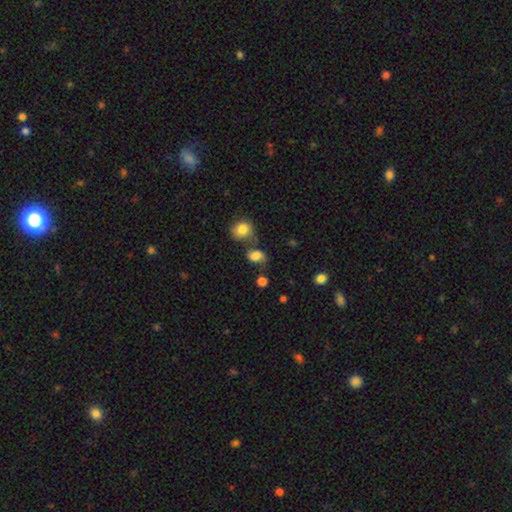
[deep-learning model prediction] The model was most divided on "how rounded": in between: 55%, round: 43%, cigar-shaped: 2%. Remaining: smooth or featured — smooth (70%); merging — none (47%).